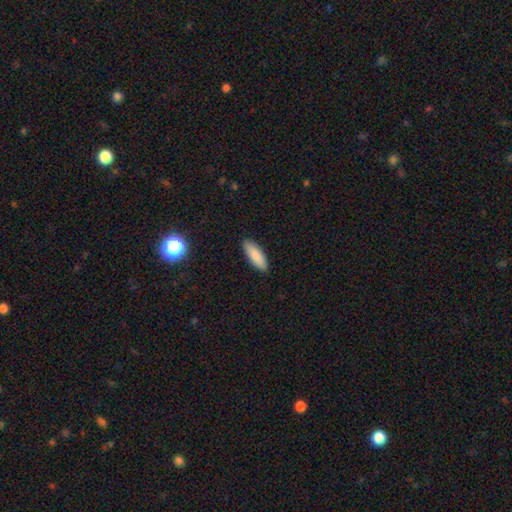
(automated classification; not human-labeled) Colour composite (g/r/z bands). It shows a smooth galaxy with no disk features (88%) that is in between round and cigar-shaped (61%). Merging: none (90%).